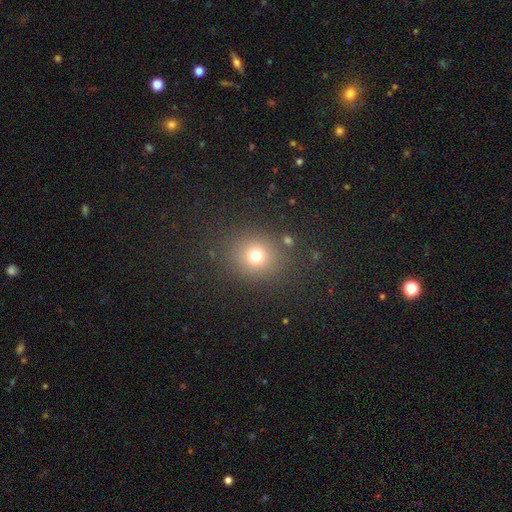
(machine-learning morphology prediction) A smooth galaxy with no disk features (73%) that is round (84%). Merging: none (84%).